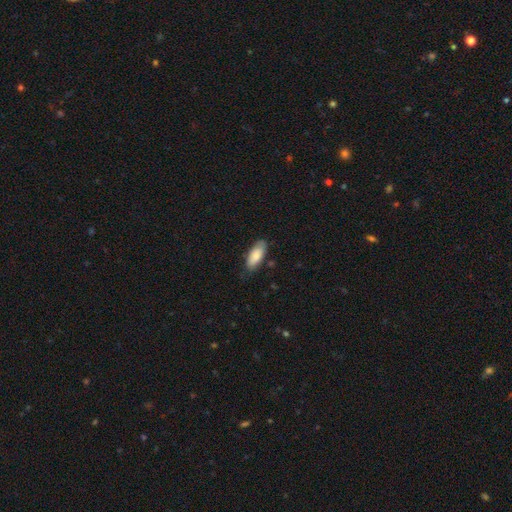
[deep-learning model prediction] Smooth or featured? Predicted: smooth (p=0.84). How rounded? Predicted: in between (p=0.82). Merging? Predicted: none (p=0.76).